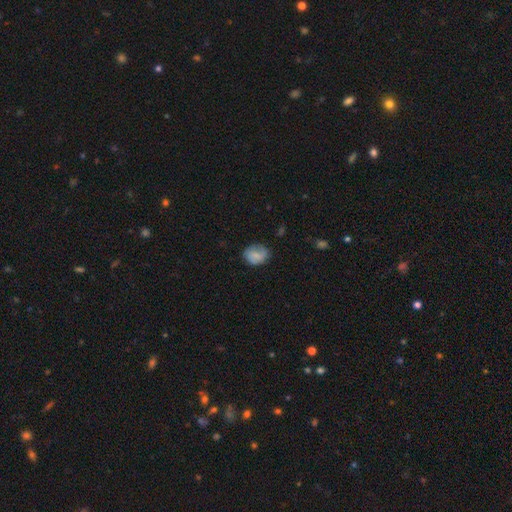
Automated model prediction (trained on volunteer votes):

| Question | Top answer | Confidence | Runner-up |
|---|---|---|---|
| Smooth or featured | smooth | 67% | featured or disk (25%) |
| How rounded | in between | 52% | round (46%) |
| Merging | none | 67% | minor disturbance (25%) |